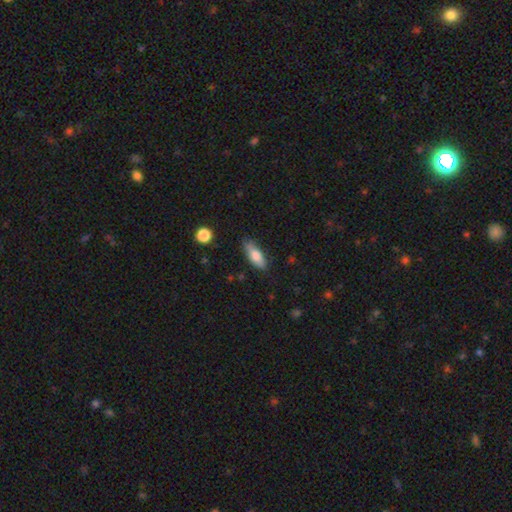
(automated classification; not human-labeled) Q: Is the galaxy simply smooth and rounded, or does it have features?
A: smooth — 78%.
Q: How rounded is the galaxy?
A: in between — 70%.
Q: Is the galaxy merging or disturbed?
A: none — 71%.